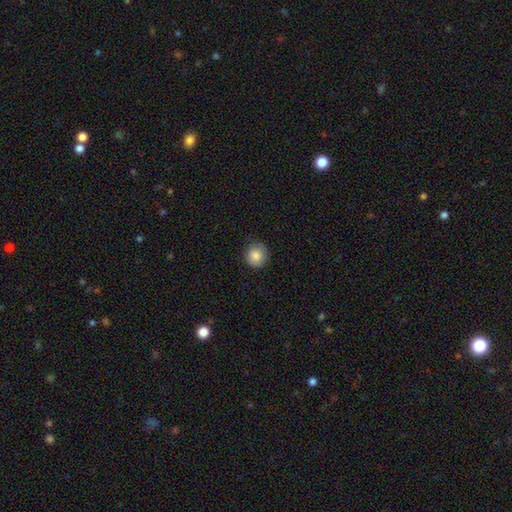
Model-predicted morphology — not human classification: This is clearly a smooth galaxy (85%). How rounded: clearly round (91%). Merging: clearly none (84%).